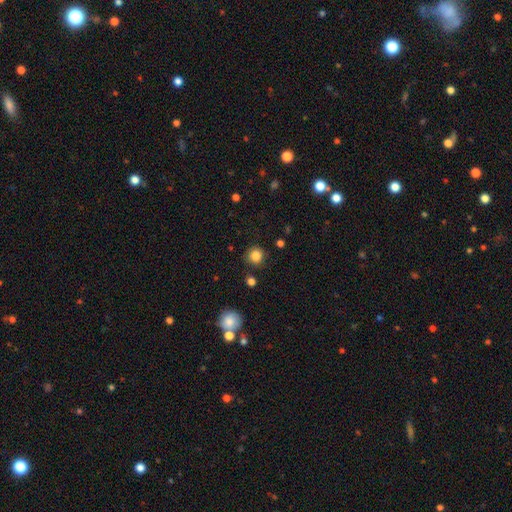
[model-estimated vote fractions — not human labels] Morphology: type=smooth (85%); roundness=round (92%); merging=none (85%).